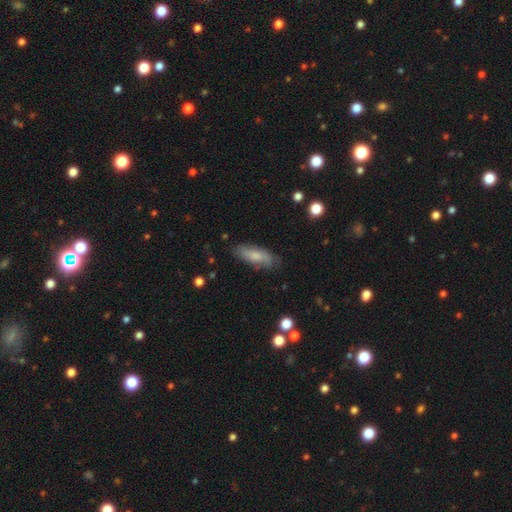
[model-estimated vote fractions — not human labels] smooth 72%, featured or disk 21%, star or artifact 7%. Down the decision tree: how rounded — in between (57%); merging — none (79%).